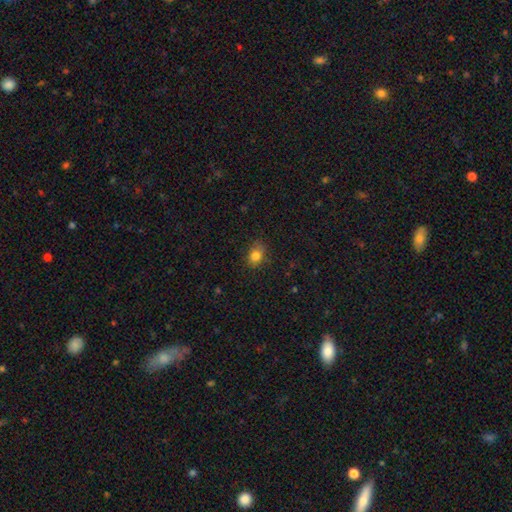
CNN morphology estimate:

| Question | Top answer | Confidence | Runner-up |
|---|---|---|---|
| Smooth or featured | smooth | 82% | star or artifact (11%) |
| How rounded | in between | 53% | round (46%) |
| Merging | none | 73% | minor disturbance (21%) |